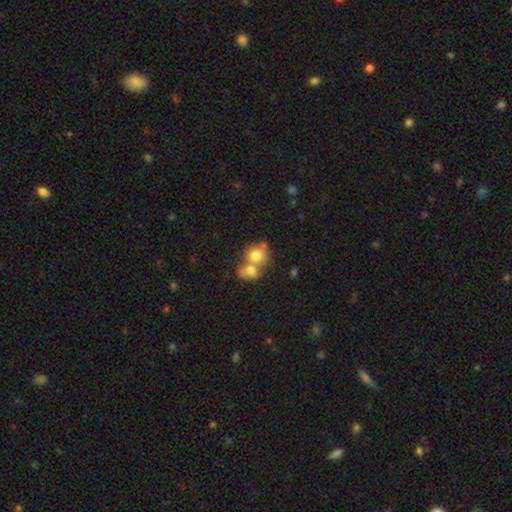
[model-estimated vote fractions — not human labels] The model was most divided on "how rounded": round: 68%, in between: 31%, cigar-shaped: 1%. More confident: smooth or featured — smooth (75%); merging — merger (66%).